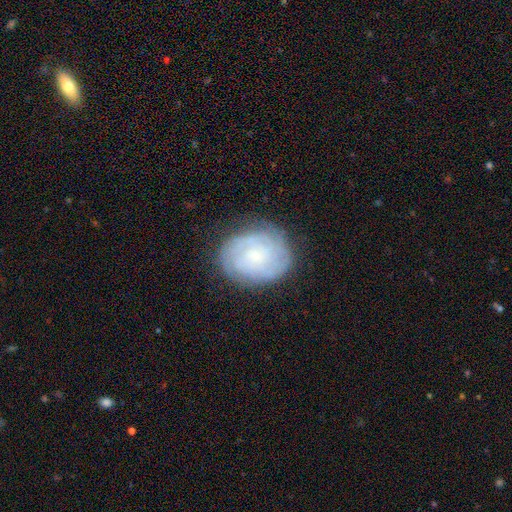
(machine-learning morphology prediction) A featured or disk galaxy (63%) with no bar (75%), tight (72%) spiral arms (88%) and a small central bulge (65%). Merging: none (76%).